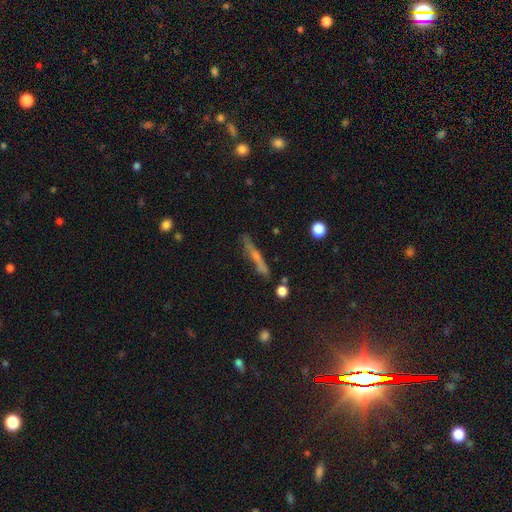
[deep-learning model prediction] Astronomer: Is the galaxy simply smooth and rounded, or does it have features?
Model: featured or disk — 48% (runner-up: smooth, 41%).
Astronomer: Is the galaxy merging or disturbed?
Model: none — 77%.